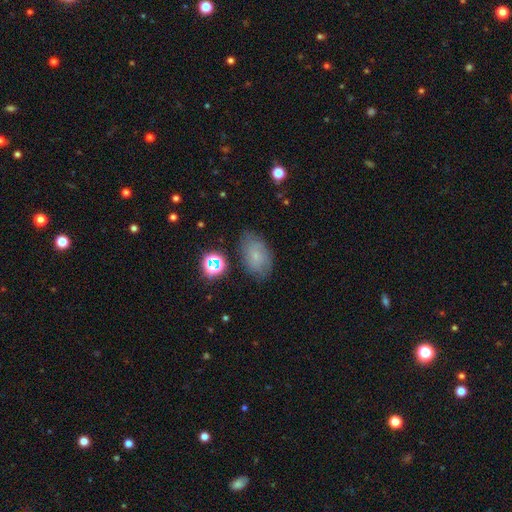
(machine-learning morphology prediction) Q: Smooth or featured?
A: smooth (54%); runner-up: featured or disk (30%)
Q: How rounded?
A: in between (86%); runner-up: round (12%)
Q: Merging?
A: none (74%); runner-up: minor disturbance (18%)